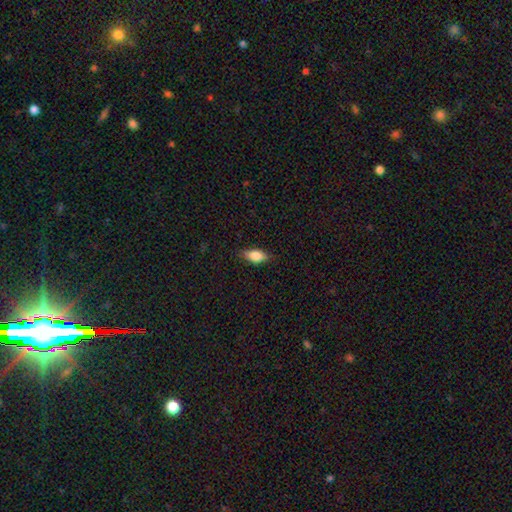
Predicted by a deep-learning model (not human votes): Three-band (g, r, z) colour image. It shows a smooth galaxy with no disk features (81%) that is in between round and cigar-shaped (86%). Merging: none (81%).